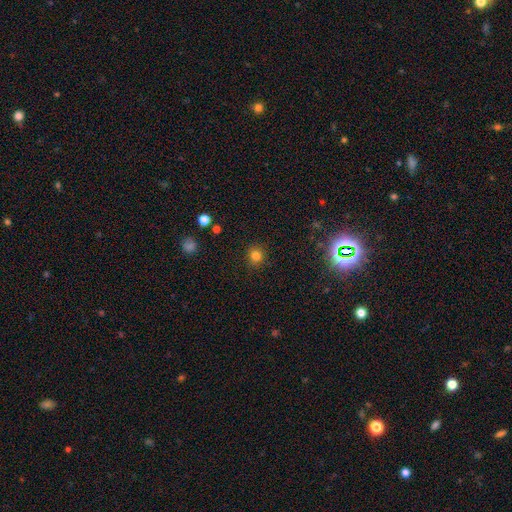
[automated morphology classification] smooth 80%, star or artifact 15%, featured or disk 5%. Down the decision tree: how rounded — round (89%); merging — none (90%).